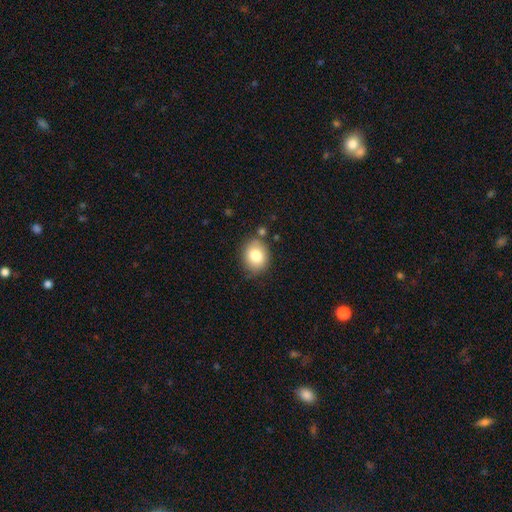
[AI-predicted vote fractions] Smooth or featured: smooth — 80% (featured or disk — 11%)
How rounded: round — 55% (in between — 44%)
Merging: none — 77% (minor disturbance — 15%)